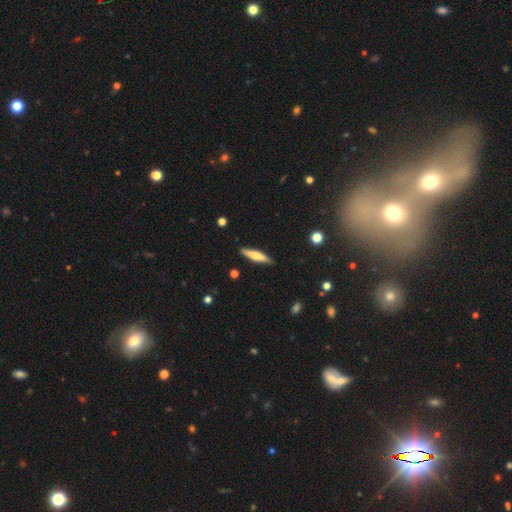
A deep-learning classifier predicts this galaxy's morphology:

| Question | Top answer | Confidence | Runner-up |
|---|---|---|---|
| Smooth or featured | smooth | 51% | featured or disk (44%) |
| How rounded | cigar-shaped | 82% | in between (16%) |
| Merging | none | 88% | minor disturbance (9%) |